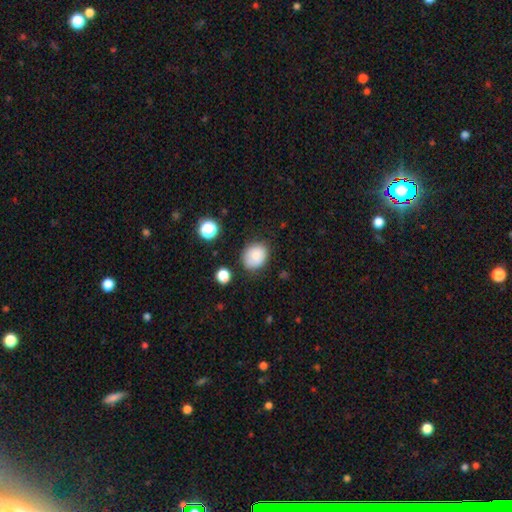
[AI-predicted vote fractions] Q: Smooth or featured?
A: smooth (83%); runner-up: star or artifact (10%)
Q: How rounded?
A: round (58%); runner-up: in between (41%)
Q: Merging?
A: none (73%); runner-up: minor disturbance (19%)